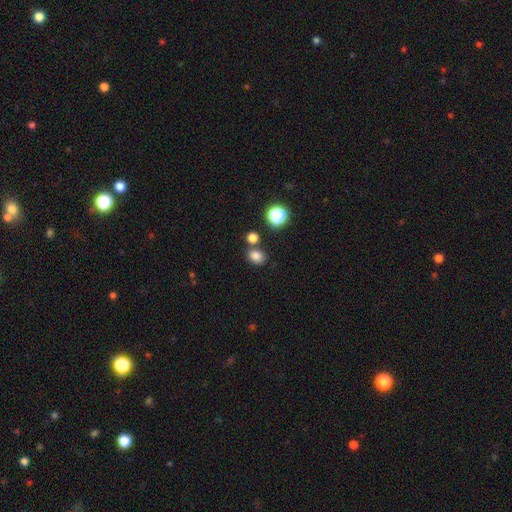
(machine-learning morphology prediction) Smooth or featured: smooth — 81% (star or artifact — 14%)
How rounded: round — 51% (in between — 48%)
Merging: none — 70% (merger — 16%)